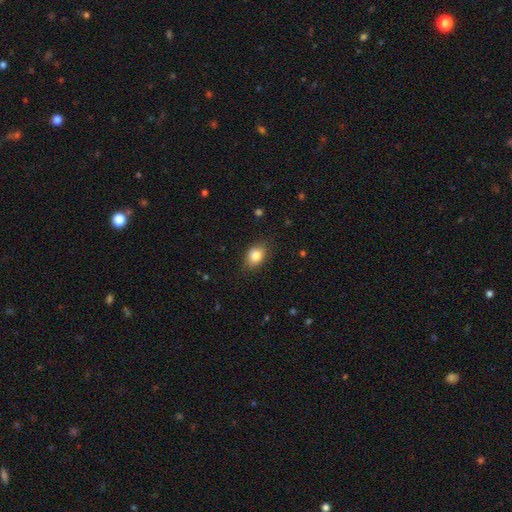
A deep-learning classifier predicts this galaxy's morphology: Smooth or featured: smooth — 84% (star or artifact — 9%)
How rounded: in between — 65% (round — 33%)
Merging: none — 80% (minor disturbance — 15%)